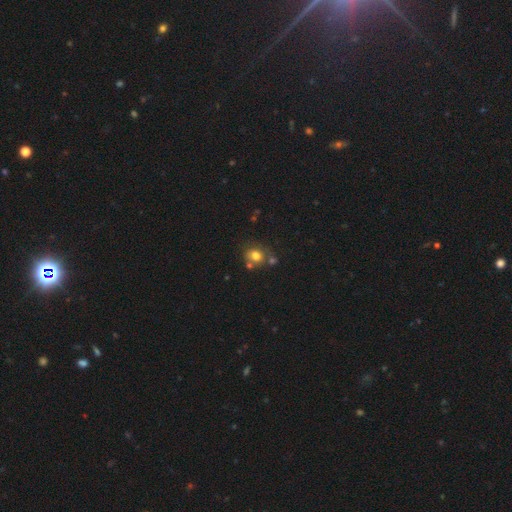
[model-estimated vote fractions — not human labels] Overall: smooth (73%). How rounded: round (63%; in between 36%). Merging: none (55%; merger 22%).